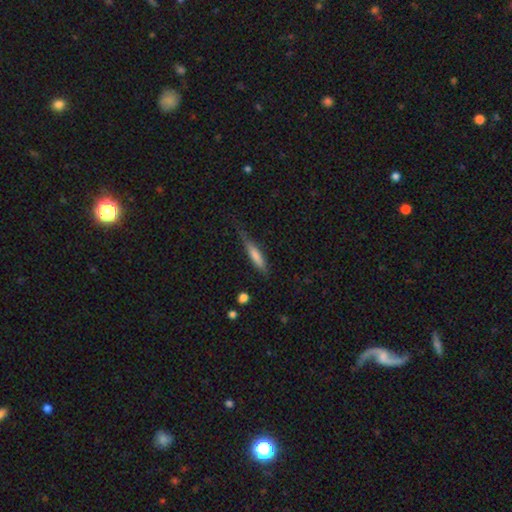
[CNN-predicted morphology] Smooth or featured? smooth (69%)
How rounded? cigar-shaped (81%)
Merging? none (58%)